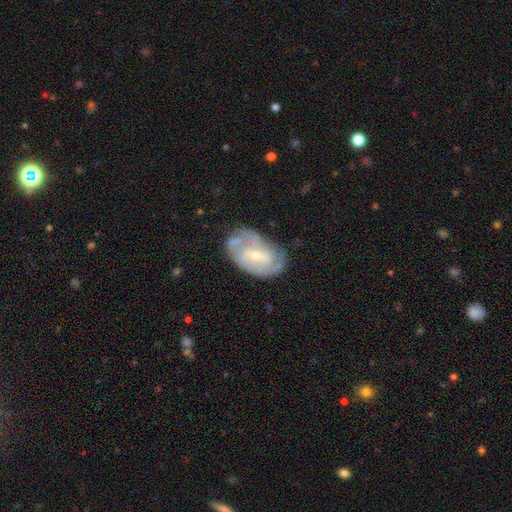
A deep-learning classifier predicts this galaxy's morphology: smooth-or-featured: featured or disk: 81% | smooth: 14% | star or artifact: 5%
  disk-edge-on: no: 96% | yes: 4%
    bar: weak: 46% | no: 39% | strong: 15%
    has-spiral-arms: yes: 90% | no: 10%
      spiral-winding: tight: 51% | medium: 38% | loose: 12%
      spiral-arm-count: 2: 41% | can't tell: 28% | 3: 18% | 4: 5% | 1: 5% | more than 4: 3%
    bulge-size: small: 62% | moderate: 35% | none: 1% | large: 1% | dominant: 1%
  merging: none: 62% | minor disturbance: 25% | major disturbance: 10% | merger: 4%